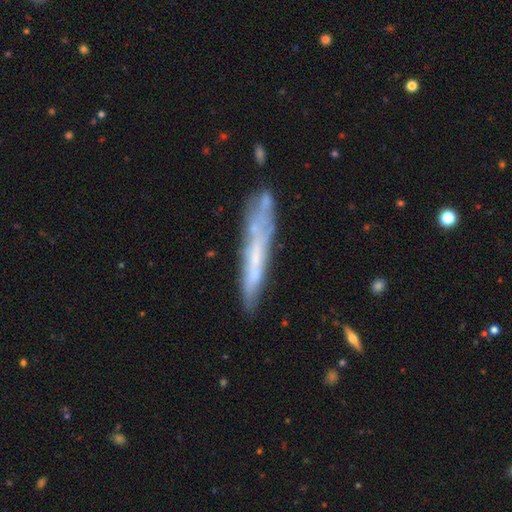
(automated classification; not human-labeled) Smooth or featured: featured or disk — 54% (smooth — 38%)
Edge-on disk: yes — 71% (no — 29%)
Merging: none — 68% (minor disturbance — 20%)